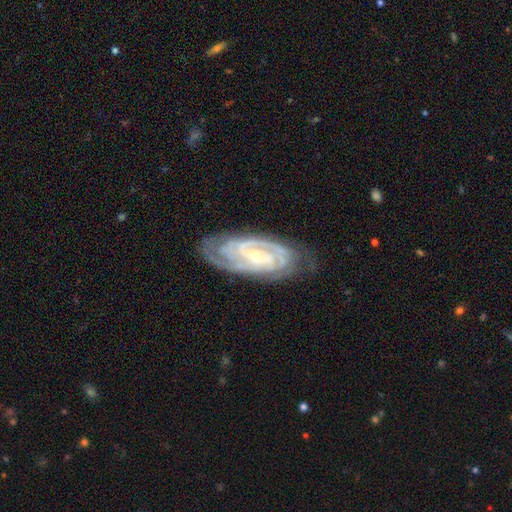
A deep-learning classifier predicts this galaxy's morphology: This appears to be a featured or disk galaxy (90%) with no bar (44%), 2 (38%) tight (72%) spiral arms (98%) and a small central bulge (70%). Merging: none (76%).